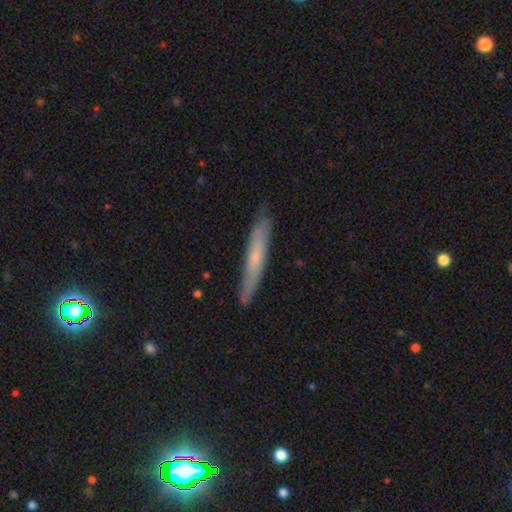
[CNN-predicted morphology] type=smooth (52%); roundness=cigar-shaped (93%); merging=none (81%).